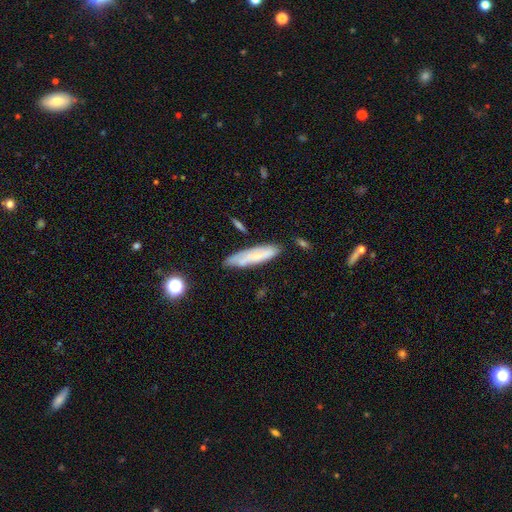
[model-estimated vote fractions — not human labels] Smooth or featured? smooth (54%)
How rounded? cigar-shaped (72%)
Merging? none (69%)